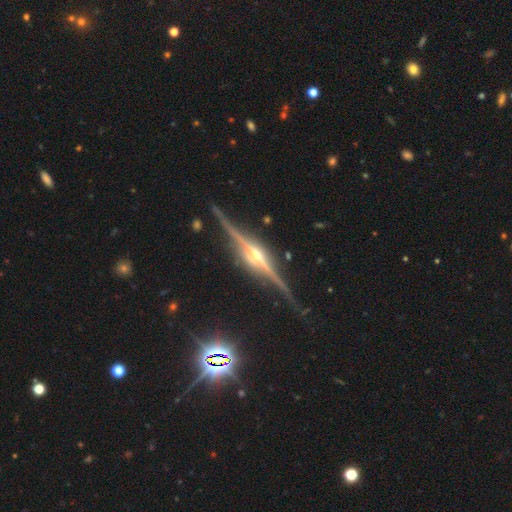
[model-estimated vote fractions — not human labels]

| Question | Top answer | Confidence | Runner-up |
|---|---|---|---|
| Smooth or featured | featured or disk | 91% | star or artifact (6%) |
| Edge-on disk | yes | 98% | no (2%) |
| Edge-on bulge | rounded | 89% | boxy (8%) |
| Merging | none | 89% | minor disturbance (8%) |